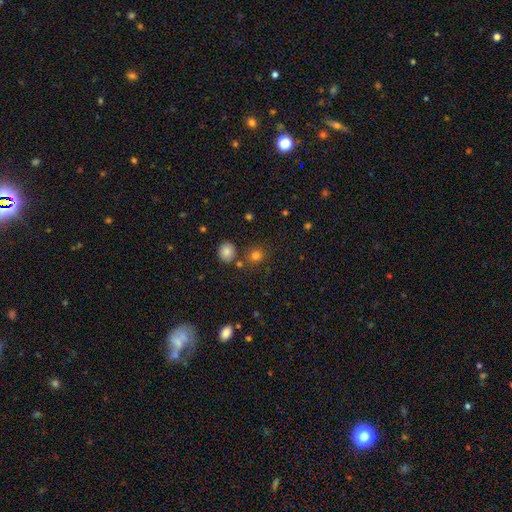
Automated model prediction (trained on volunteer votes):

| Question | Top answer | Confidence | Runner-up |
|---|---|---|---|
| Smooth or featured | smooth | 79% | star or artifact (15%) |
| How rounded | round | 85% | in between (14%) |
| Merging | none | 75% | merger (12%) |